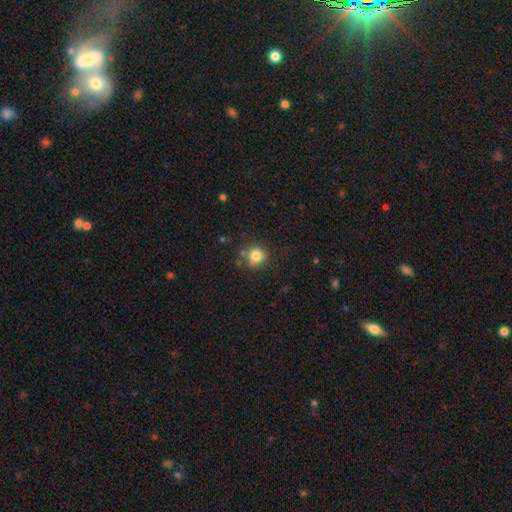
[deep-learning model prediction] Q: Smooth or featured?
A: smooth (80%); runner-up: star or artifact (12%)
Q: How rounded?
A: round (89%); runner-up: in between (10%)
Q: Merging?
A: none (73%); runner-up: minor disturbance (15%)